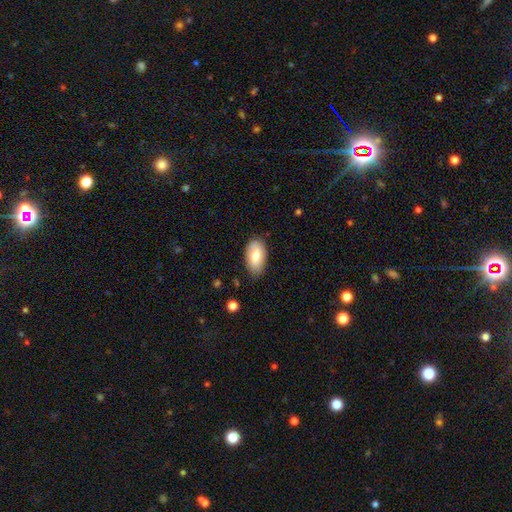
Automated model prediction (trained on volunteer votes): A smooth galaxy with no disk features (78%) that is in between round and cigar-shaped (94%). Merging: none (79%).